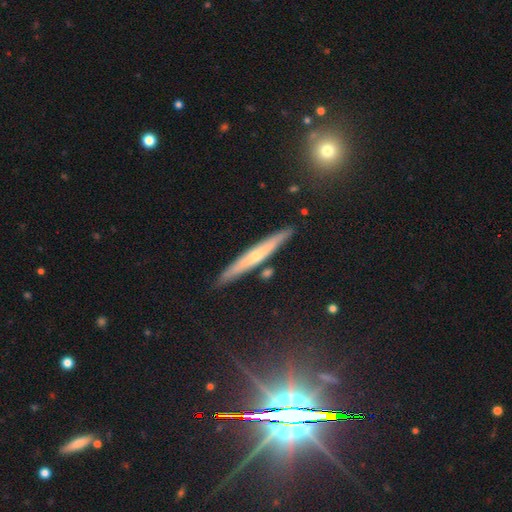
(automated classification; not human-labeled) Smooth or featured?
  - featured or disk: 56% *
  - smooth: 36%
  - star or artifact: 8%
Edge-on disk?
  - yes: 92% *
  - no: 8%
Edge-on bulge?
  - rounded: 57% *
  - none: 39%
  - boxy: 4%
Merging?
  - none: 87% *
  - minor disturbance: 9%
  - merger: 3%
  - major disturbance: 2%